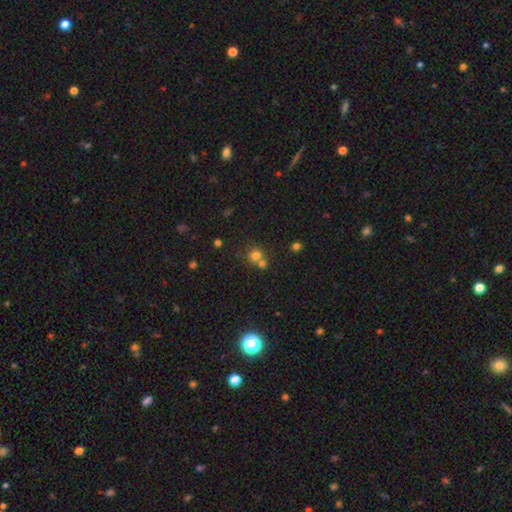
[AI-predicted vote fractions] A smooth galaxy with no disk features (73%) that is round (87%). Merging: none (48%).